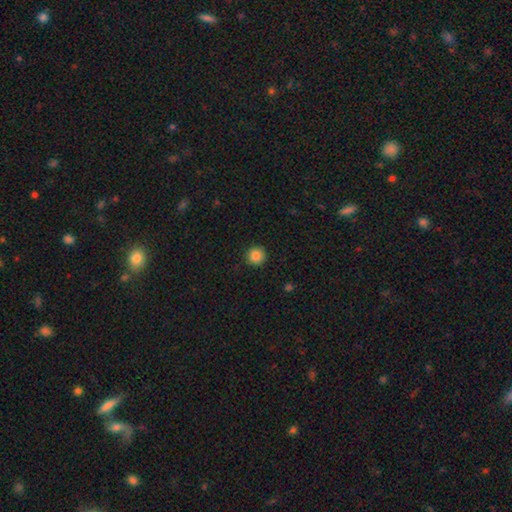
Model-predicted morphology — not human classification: A smooth galaxy with no disk features (86%) that is round (95%). Merging: none (92%).